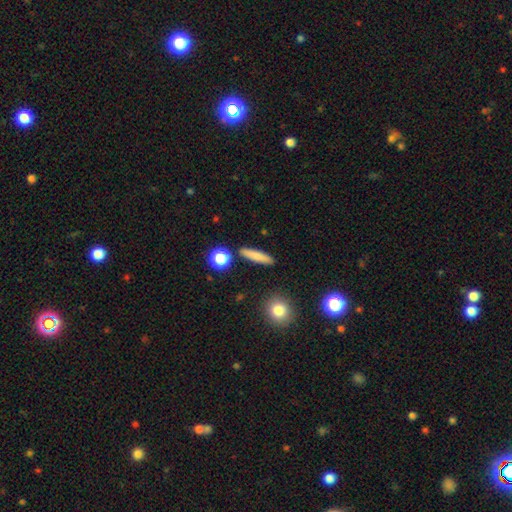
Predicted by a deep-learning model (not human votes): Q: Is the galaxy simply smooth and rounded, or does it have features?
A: smooth — 79%.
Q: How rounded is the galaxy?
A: cigar-shaped — 82%.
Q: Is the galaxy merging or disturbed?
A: none — 89%.